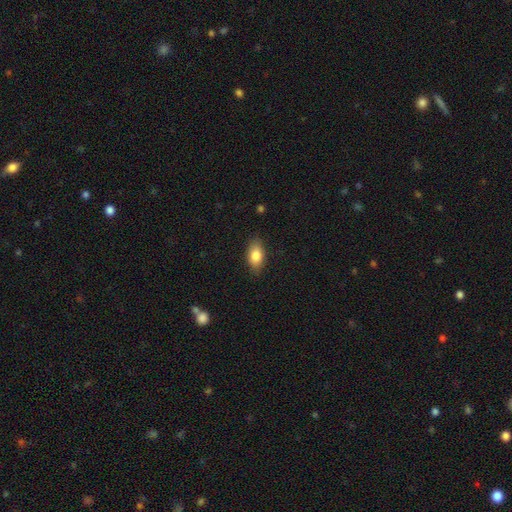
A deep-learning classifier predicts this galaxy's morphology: Smooth or featured? Predicted: smooth (p=0.82). How rounded? Predicted: in between (p=0.89). Merging? Predicted: none (p=0.85).